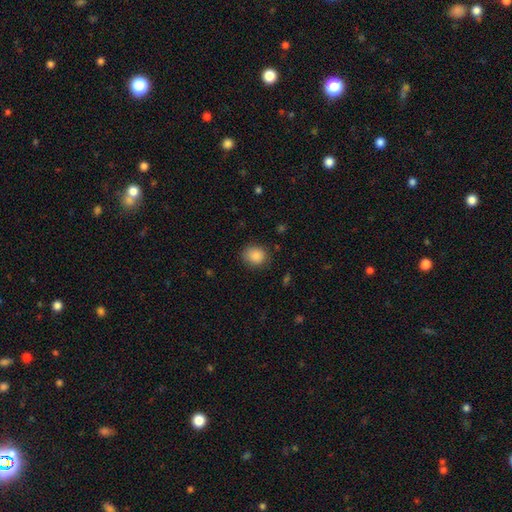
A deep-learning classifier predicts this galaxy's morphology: Smooth or featured? Predicted: smooth (p=0.87). How rounded? Predicted: round (p=0.72). Merging? Predicted: none (p=0.82).